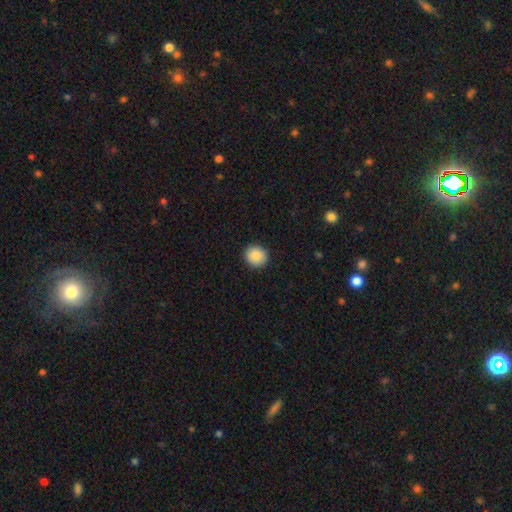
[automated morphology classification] Overall: smooth (86%). How rounded: round (91%). Merging: none (92%).